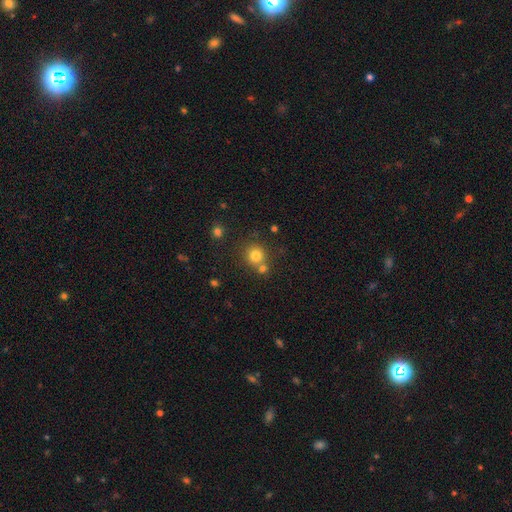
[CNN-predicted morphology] A smooth galaxy with no disk features (78%) that is round (90%). Merging: none (65%).